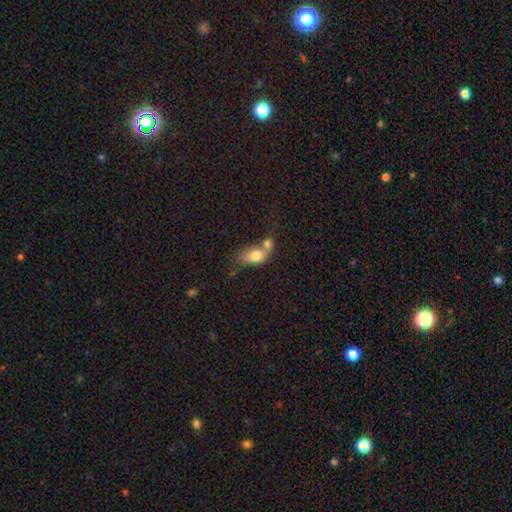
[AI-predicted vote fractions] A smooth galaxy with no disk features (77%) that is in between round and cigar-shaped (82%). Merging: merger (64%).